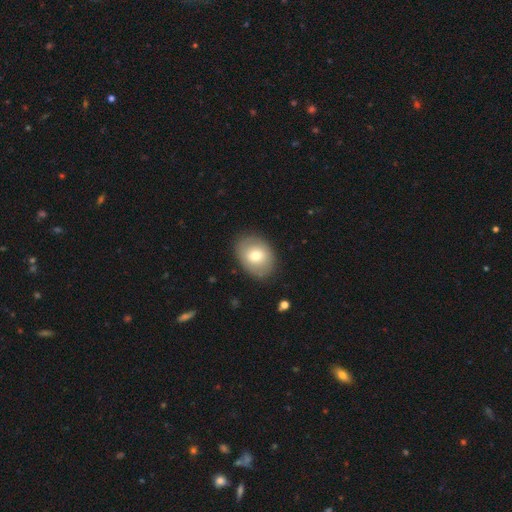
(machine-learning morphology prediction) The model was most divided on "how rounded": in between: 65%, round: 34%, cigar-shaped: 1%. More confident: merging — none (83%); smooth or featured — smooth (72%).